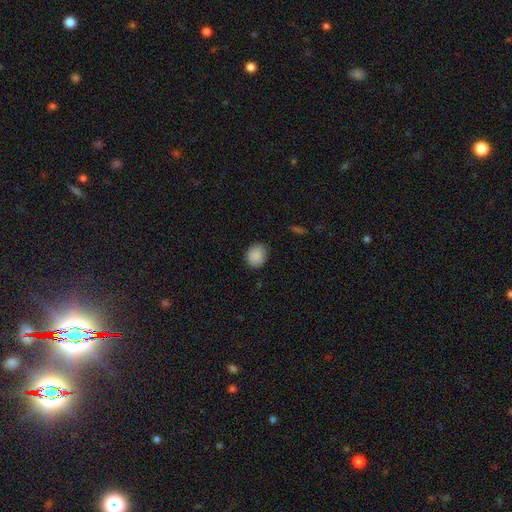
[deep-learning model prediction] Smooth or featured?
  - smooth: 89% *
  - star or artifact: 8%
  - featured or disk: 3%
How rounded?
  - round: 68% *
  - in between: 31%
  - cigar-shaped: 1%
Merging?
  - none: 82% *
  - minor disturbance: 14%
  - major disturbance: 3%
  - merger: 1%